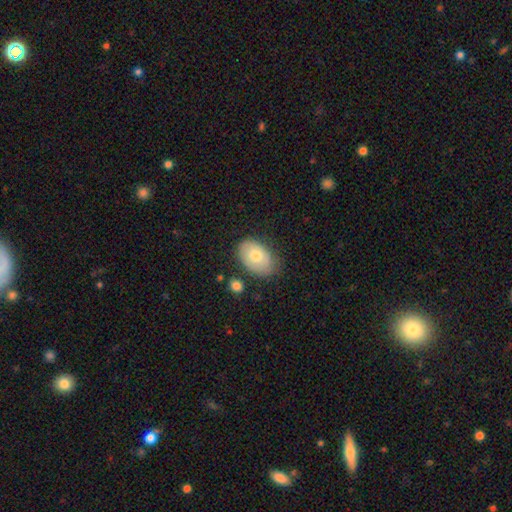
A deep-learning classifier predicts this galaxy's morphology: The model was most divided on "merging": none: 70%, minor disturbance: 22%, major disturbance: 5%, merger: 3%. More confident: how rounded — in between (87%); smooth or featured — smooth (74%).